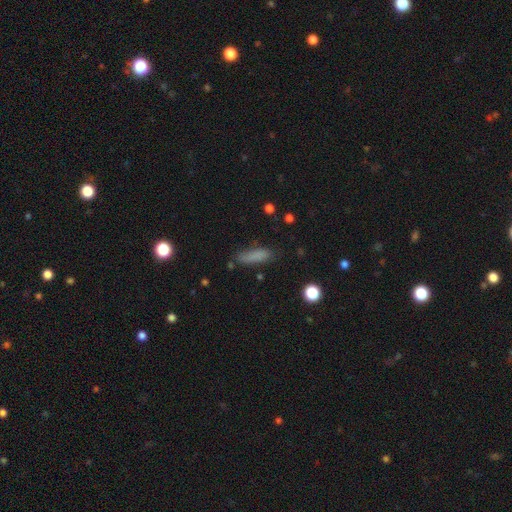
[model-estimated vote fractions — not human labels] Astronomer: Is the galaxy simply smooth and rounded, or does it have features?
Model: smooth — 81%.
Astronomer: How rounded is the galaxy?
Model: cigar-shaped — 62%.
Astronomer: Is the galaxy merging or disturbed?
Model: none — 71%.